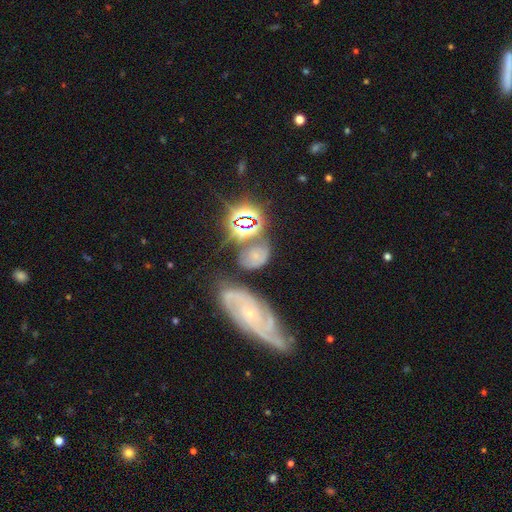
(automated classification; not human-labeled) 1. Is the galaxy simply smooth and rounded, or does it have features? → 37% featured or disk, 34% smooth, 29% star or artifact.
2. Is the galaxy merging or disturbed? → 48% none, 20% minor disturbance, 19% merger, 12% major disturbance.